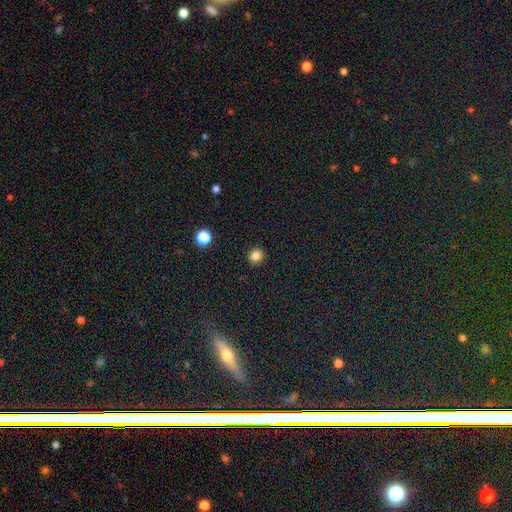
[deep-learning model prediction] smooth_or_featured: smooth (p=0.84) [alt: star or artifact p=0.12]
how_rounded: round (p=0.86) [alt: in between p=0.13]
merging: none (p=0.90) [alt: minor disturbance p=0.07]